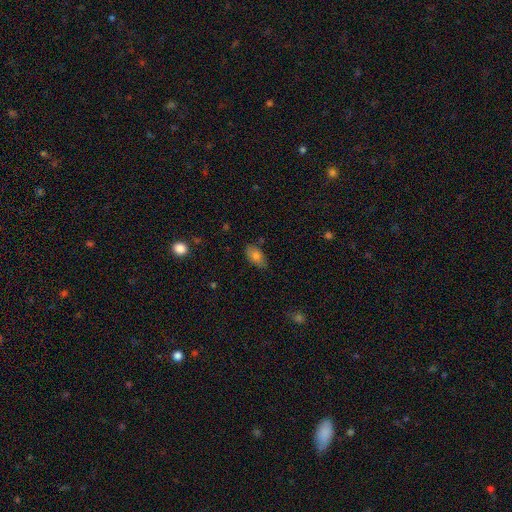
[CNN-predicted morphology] A smooth galaxy with no disk features (78%) that is in between round and cigar-shaped (90%).

Vote fractions:
- Smooth or featured? smooth: 78% / featured or disk: 13% / star or artifact: 9%
- How rounded? in between: 90% / round: 6% / cigar-shaped: 4%
- Merging? none: 76% / minor disturbance: 18% / major disturbance: 4% / merger: 2%